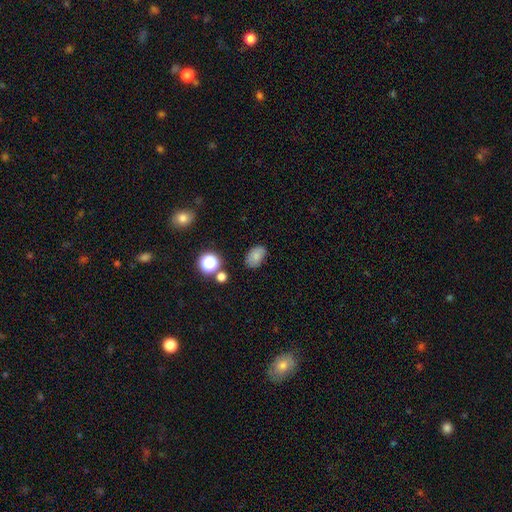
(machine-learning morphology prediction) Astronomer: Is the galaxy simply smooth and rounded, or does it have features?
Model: smooth — 80%.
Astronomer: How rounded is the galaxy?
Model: in between — 85%.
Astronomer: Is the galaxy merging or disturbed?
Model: none — 77%.